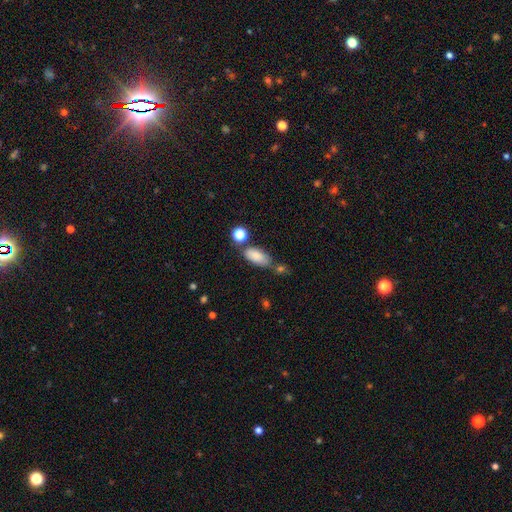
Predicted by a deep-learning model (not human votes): A smooth galaxy with no disk features (84%) that is in between round and cigar-shaped (86%).

Vote fractions:
- Smooth or featured? smooth: 84% / star or artifact: 9% / featured or disk: 7%
- How rounded? in between: 86% / cigar-shaped: 11% / round: 4%
- Merging? none: 57% / minor disturbance: 20% / merger: 17% / major disturbance: 6%